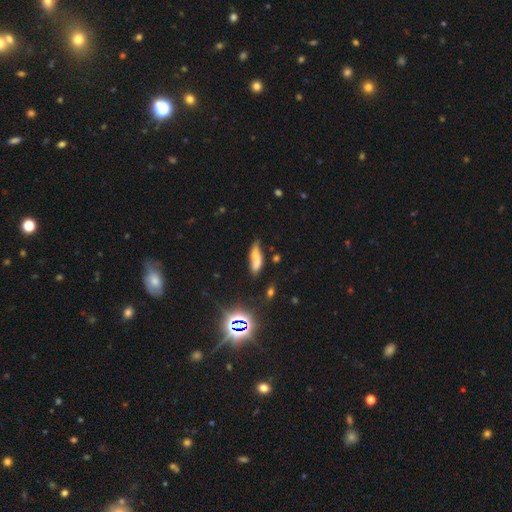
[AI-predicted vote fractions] Morphology: type=smooth (54%); roundness=in between (60%); merging=none (36%).